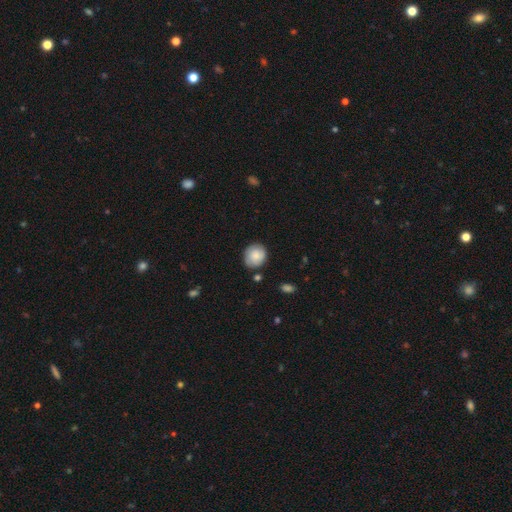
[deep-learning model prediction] Smooth or featured: smooth — 78% (featured or disk — 15%)
How rounded: round — 79% (in between — 20%)
Merging: none — 80% (minor disturbance — 15%)